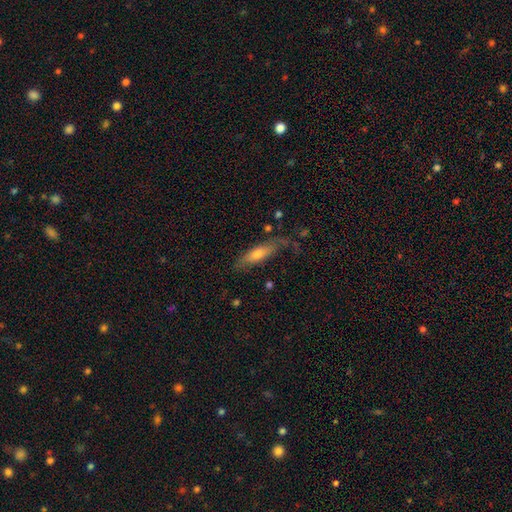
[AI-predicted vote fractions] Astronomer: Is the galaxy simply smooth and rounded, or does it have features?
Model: smooth — 48% (runner-up: featured or disk, 43%).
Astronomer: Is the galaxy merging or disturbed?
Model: none — 59%.